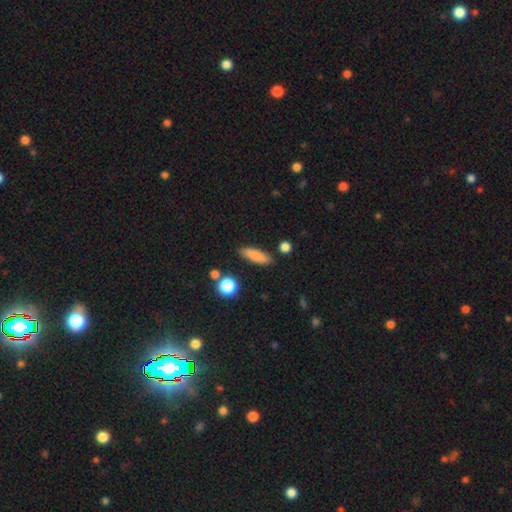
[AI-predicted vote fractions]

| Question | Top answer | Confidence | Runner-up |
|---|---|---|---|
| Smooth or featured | smooth | 80% | featured or disk (12%) |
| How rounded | cigar-shaped | 54% | in between (42%) |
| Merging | none | 84% | minor disturbance (10%) |